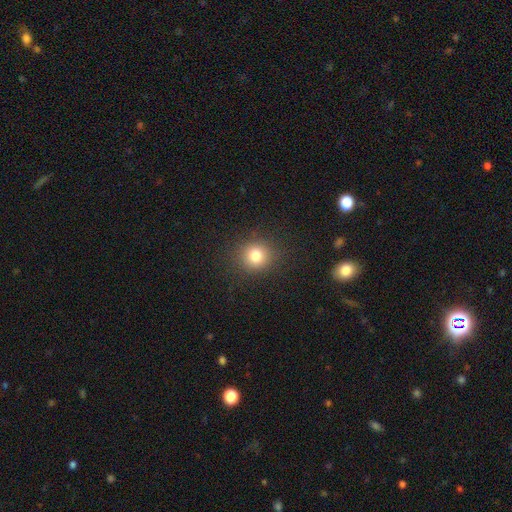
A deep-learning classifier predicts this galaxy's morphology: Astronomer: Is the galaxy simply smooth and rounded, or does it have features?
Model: smooth — 79%.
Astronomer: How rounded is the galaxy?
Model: round — 86%.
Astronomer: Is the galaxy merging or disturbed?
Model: none — 89%.